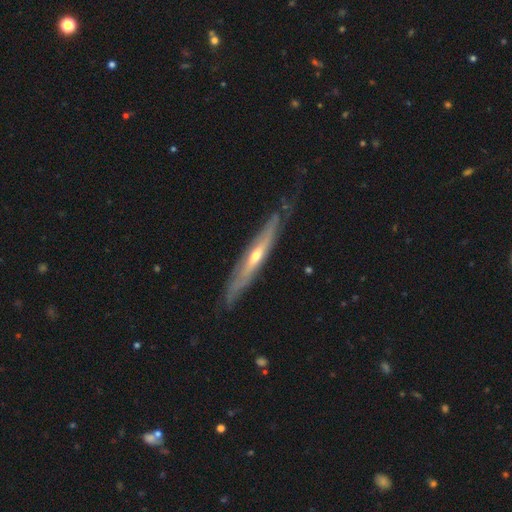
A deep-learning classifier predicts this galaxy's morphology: A featured or disk galaxy (75%) viewed edge-on (78%) with a rounded central bulge (73%). Merging: none (71%).